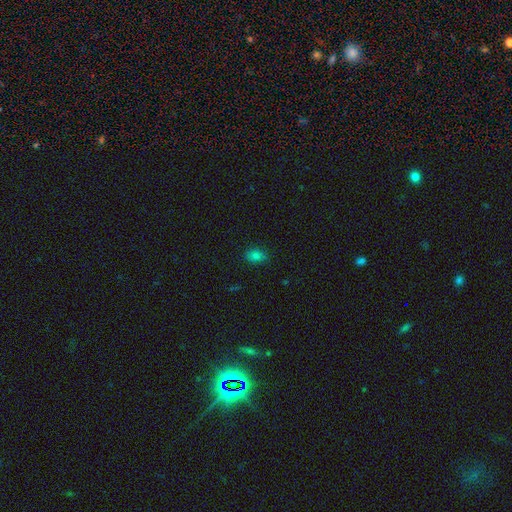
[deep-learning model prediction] Morphology: type=smooth (78%); roundness=in between (77%); merging=none (82%).